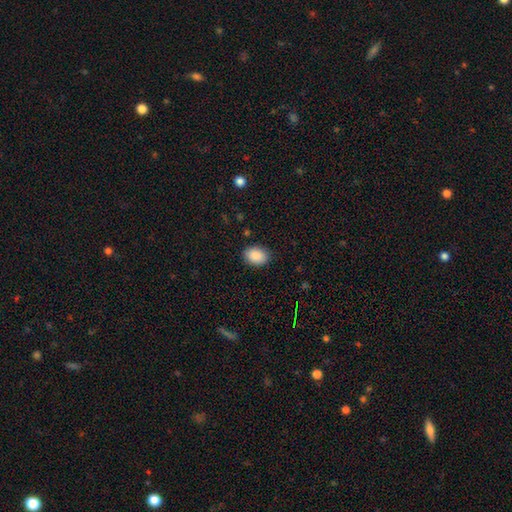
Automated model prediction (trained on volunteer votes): Smooth or featured? smooth (90%)
How rounded? in between (75%)
Merging? none (87%)